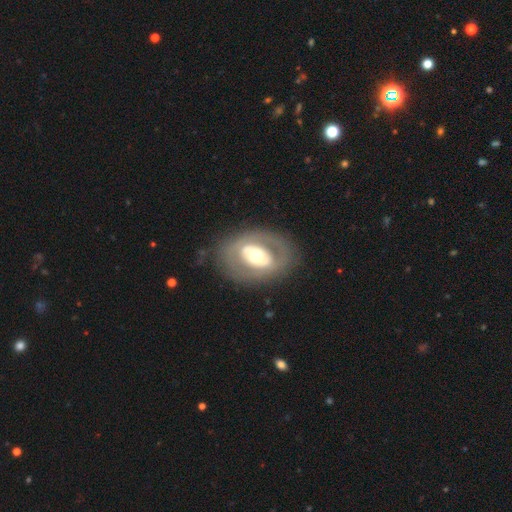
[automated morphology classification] Smooth or featured?
  - featured or disk: 63% *
  - smooth: 31%
  - star or artifact: 6%
Edge-on disk?
  - no: 93% *
  - yes: 7%
Bar?
  - no: 63% *
  - weak: 20%
  - strong: 17%
Spiral arms?
  - no: 81% *
  - yes: 19%
Bulge size?
  - moderate: 59% *
  - large: 30%
  - small: 6%
  - dominant: 3%
  - none: 1%
Merging?
  - none: 76% *
  - minor disturbance: 13%
  - major disturbance: 9%
  - merger: 1%